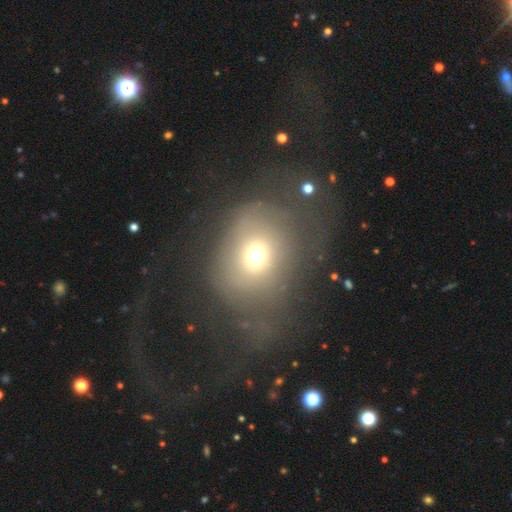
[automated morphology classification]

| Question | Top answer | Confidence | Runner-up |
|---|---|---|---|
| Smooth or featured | smooth | 61% | featured or disk (24%) |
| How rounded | round | 66% | in between (33%) |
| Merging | none | 39% | major disturbance (37%) |